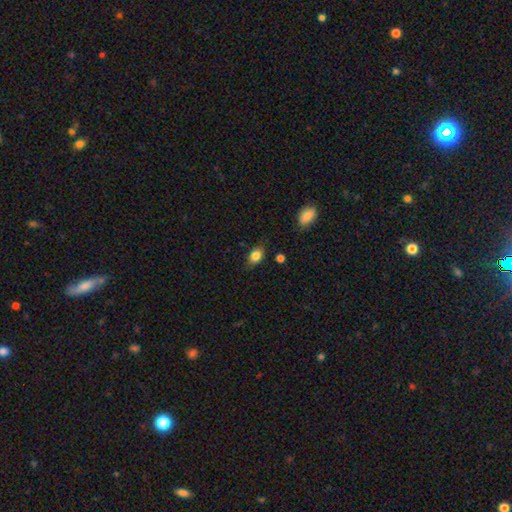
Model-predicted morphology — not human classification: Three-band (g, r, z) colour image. It shows a smooth galaxy with no disk features (83%) that is in between round and cigar-shaped (81%). Merging: none (80%).